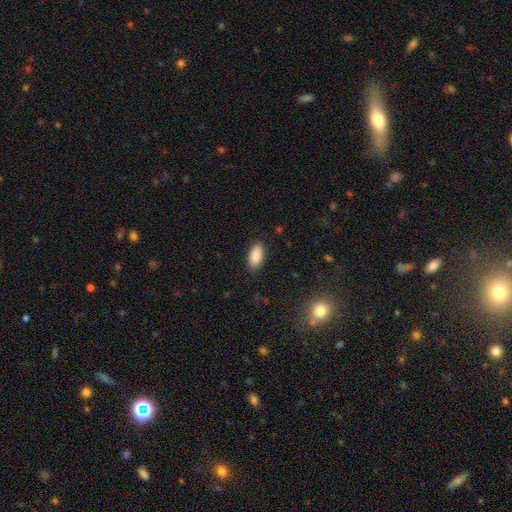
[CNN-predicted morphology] This appears to be a smooth galaxy with no disk features (88%) that is in between round and cigar-shaped (89%). Merging: none (87%).